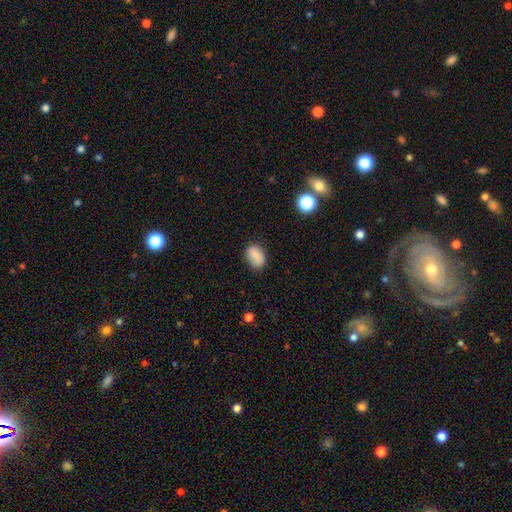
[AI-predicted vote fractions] A smooth galaxy with no disk features (84%) that is in between round and cigar-shaped (82%).

Vote fractions:
- Smooth or featured? smooth: 84% / star or artifact: 9% / featured or disk: 7%
- How rounded? in between: 82% / round: 17% / cigar-shaped: 1%
- Merging? none: 78% / minor disturbance: 17% / major disturbance: 4% / merger: 2%